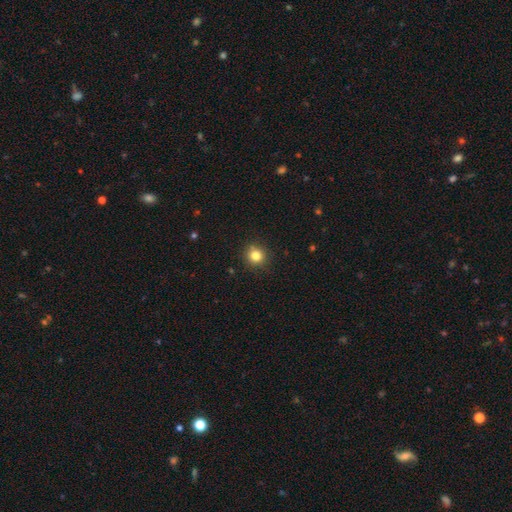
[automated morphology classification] This is clearly a smooth galaxy (82%). How rounded: clearly round (91%). Merging: clearly none (89%).